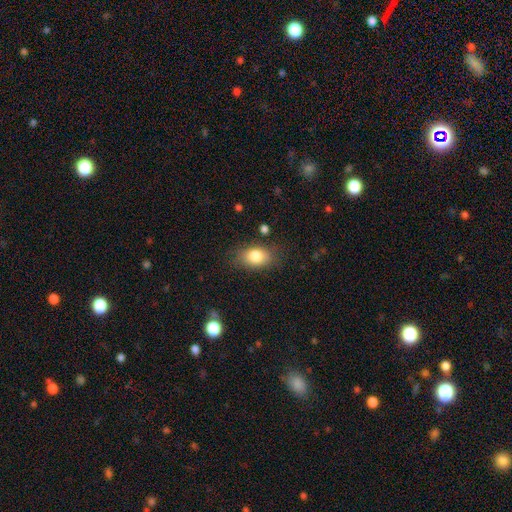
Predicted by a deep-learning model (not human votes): Smooth or featured? smooth (81%)
How rounded? in between (84%)
Merging? none (80%)